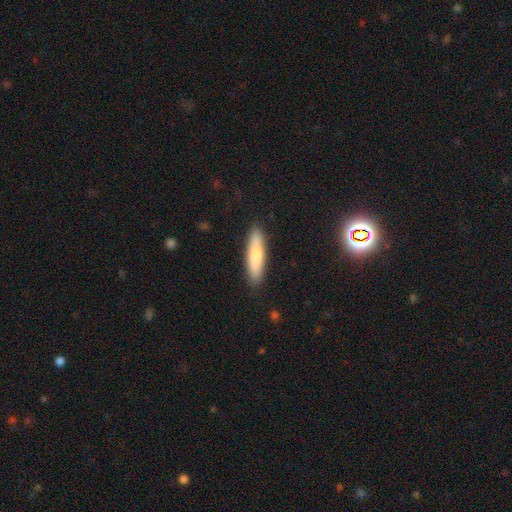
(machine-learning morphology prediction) Smooth or featured? smooth (77%)
How rounded? cigar-shaped (79%)
Merging? none (89%)